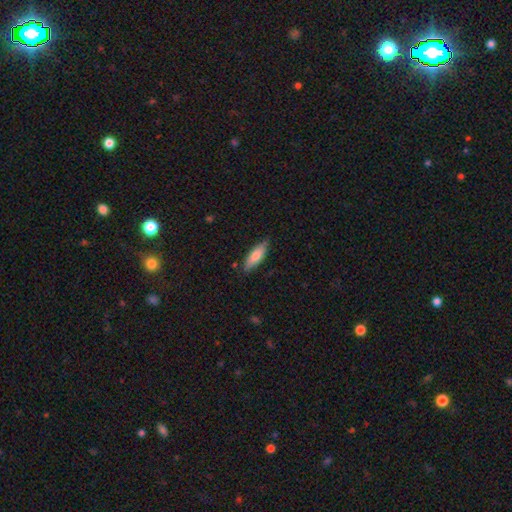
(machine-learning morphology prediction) Smooth or featured? Predicted: smooth (p=0.74). How rounded? Predicted: in between (p=0.57). Merging? Predicted: none (p=0.78).